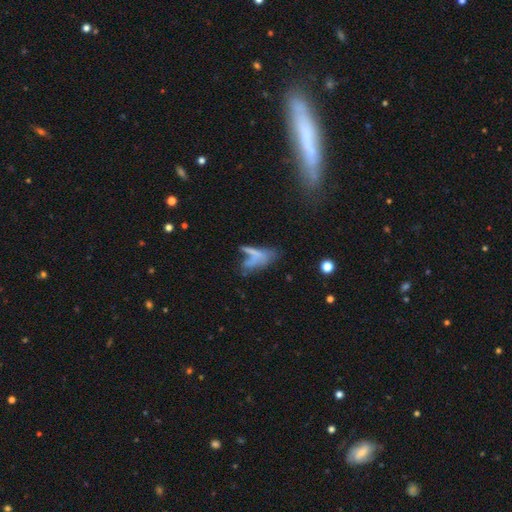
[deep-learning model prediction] smooth 60%, featured or disk 26%, star or artifact 13%. Down the decision tree: how rounded — cigar-shaped (50%); merging — none (33%).